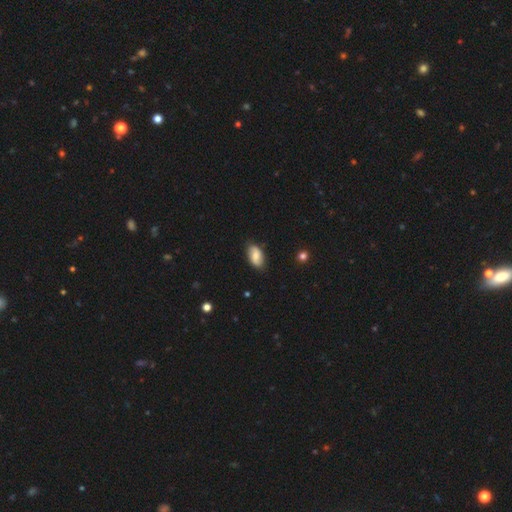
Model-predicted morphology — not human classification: The model was most divided on "smooth or featured": smooth: 69%, featured or disk: 24%, star or artifact: 7%. More confident: how rounded — in between (93%); merging — none (81%).